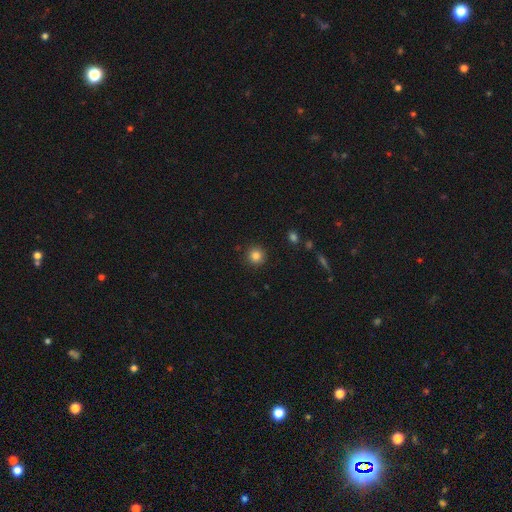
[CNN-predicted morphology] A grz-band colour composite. It shows a smooth galaxy with no disk features (84%) that is round (94%). Merging: none (90%).